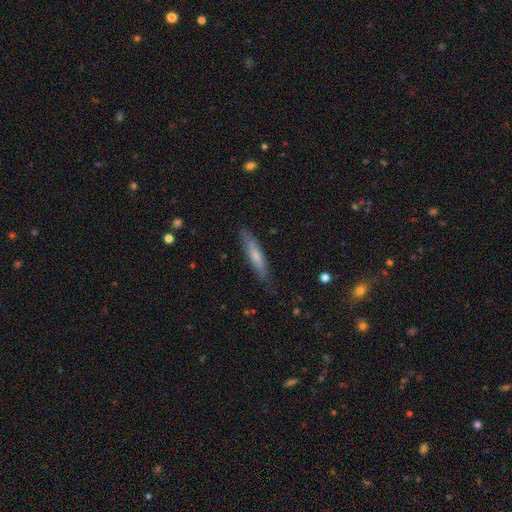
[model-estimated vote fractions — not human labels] A smooth galaxy with no disk features (63%) that is cigar-shaped (86%). Merging: none (81%).